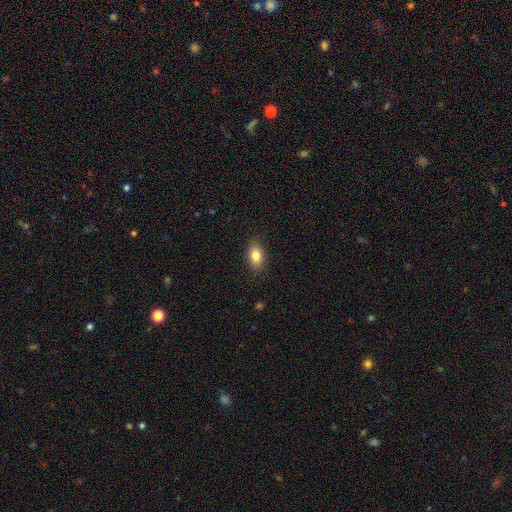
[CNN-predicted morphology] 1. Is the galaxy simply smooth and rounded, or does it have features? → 83% smooth, 9% featured or disk, 8% star or artifact.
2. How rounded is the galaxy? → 86% in between, 11% round, 3% cigar-shaped.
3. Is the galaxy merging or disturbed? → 87% none, 10% minor disturbance, 2% major disturbance, 1% merger.